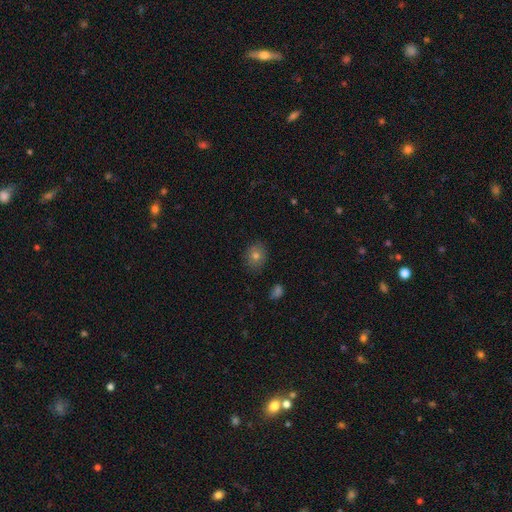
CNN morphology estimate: This is likely a smooth galaxy (73%). How rounded: likely round (64%). Merging: clearly none (86%).